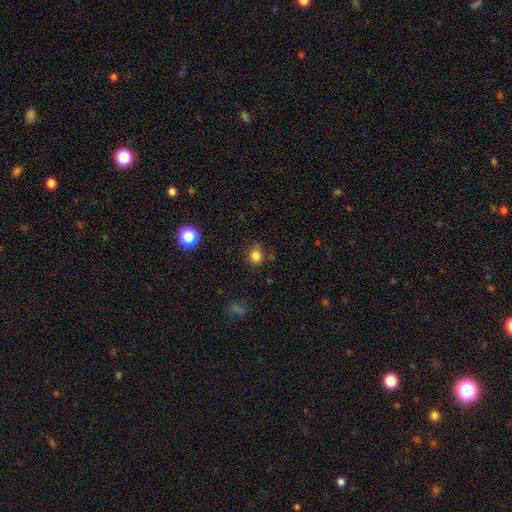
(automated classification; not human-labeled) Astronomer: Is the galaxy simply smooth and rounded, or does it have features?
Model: smooth — 82%.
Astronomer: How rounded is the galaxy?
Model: round — 75%.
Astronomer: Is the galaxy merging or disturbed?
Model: none — 75%.